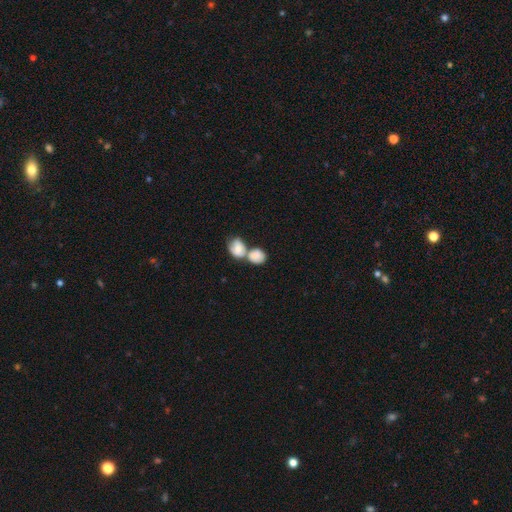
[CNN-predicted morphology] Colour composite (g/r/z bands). It shows a smooth galaxy with no disk features (77%) that is round (54%). Merging: merger (66%).